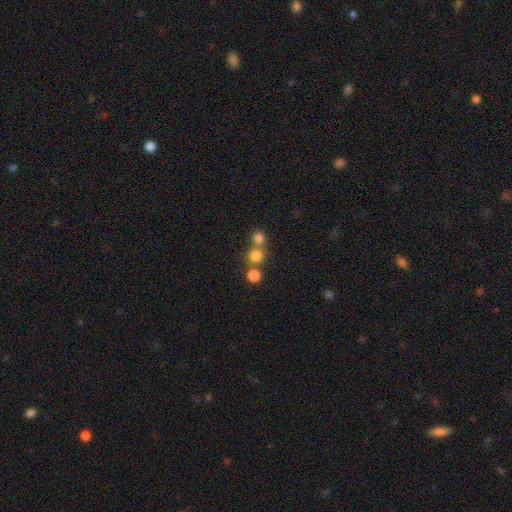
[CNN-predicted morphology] A smooth galaxy with no disk features (77%) that is round (90%). Merging: none (55%).